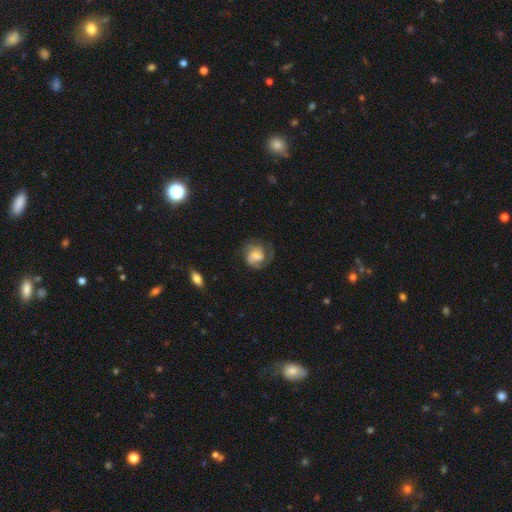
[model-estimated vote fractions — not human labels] Smooth or featured? featured or disk (69%)
Edge-on disk? no (98%)
Bar? no (55%)
Spiral arms? yes (91%)
Spiral winding? tight (42%, tied with medium)
Spiral arm count? 2 (51%)
Bulge size? moderate (35%)
Merging? none (63%)